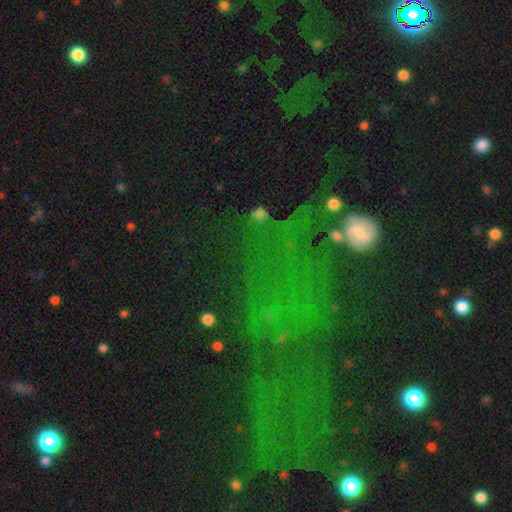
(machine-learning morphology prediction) Smooth or featured: star or artifact — 61% (smooth — 22%)